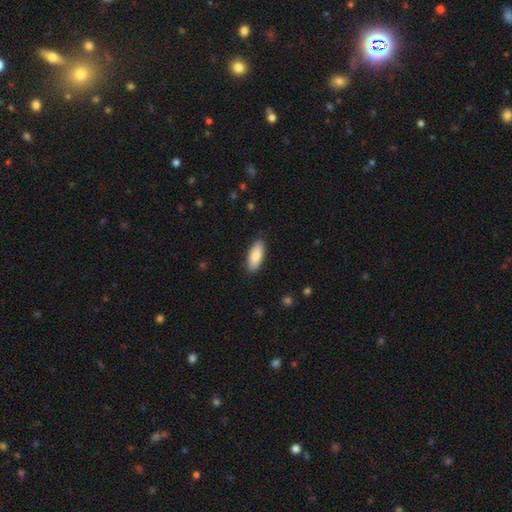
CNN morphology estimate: Smooth or featured? smooth (85%)
How rounded? in between (79%)
Merging? none (87%)